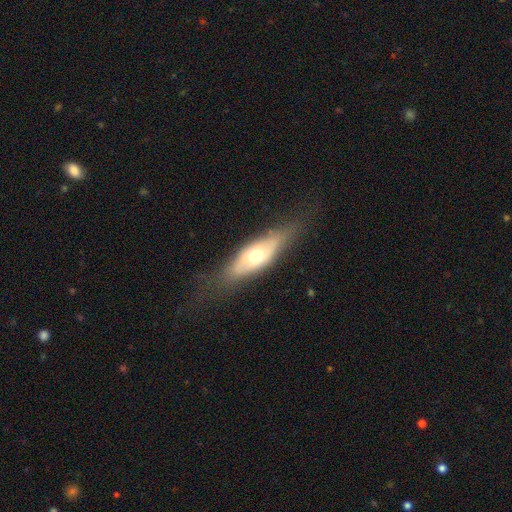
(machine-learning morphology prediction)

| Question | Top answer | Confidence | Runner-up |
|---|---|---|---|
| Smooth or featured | featured or disk | 47% | smooth (46%) |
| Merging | none | 66% | minor disturbance (21%) |